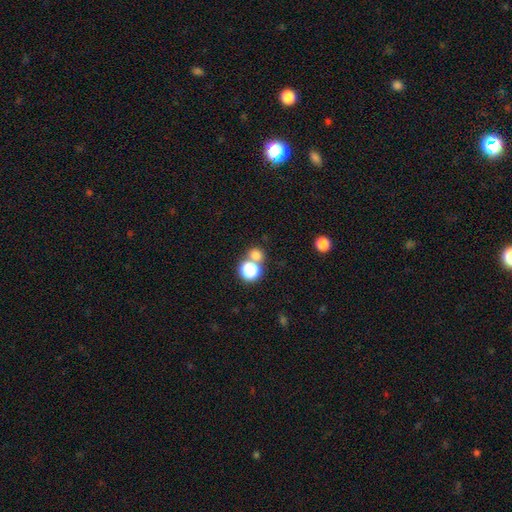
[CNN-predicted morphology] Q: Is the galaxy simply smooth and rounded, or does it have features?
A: smooth — 71%.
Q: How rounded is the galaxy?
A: round — 81%.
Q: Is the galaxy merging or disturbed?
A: none — 56%.